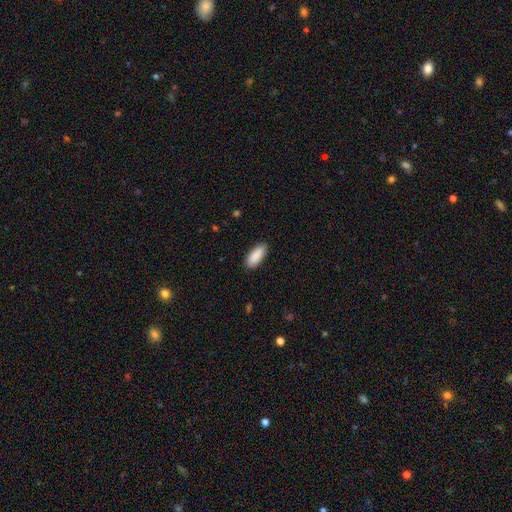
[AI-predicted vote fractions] A smooth galaxy with no disk features (90%) that is in between round and cigar-shaped (84%).

Vote fractions:
- Smooth or featured? smooth: 90% / star or artifact: 6% / featured or disk: 4%
- How rounded? in between: 84% / cigar-shaped: 15% / round: 2%
- Merging? none: 87% / minor disturbance: 10% / major disturbance: 2% / merger: 1%